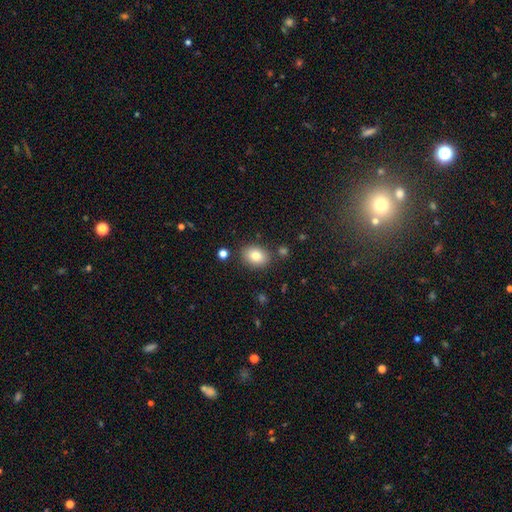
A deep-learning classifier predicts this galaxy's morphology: A smooth galaxy with no disk features (81%) that is in between round and cigar-shaped (64%).

Vote fractions:
- Smooth or featured? smooth: 81% / featured or disk: 10% / star or artifact: 9%
- How rounded? in between: 64% / round: 35% / cigar-shaped: 1%
- Merging? none: 83% / minor disturbance: 10% / merger: 4% / major disturbance: 3%